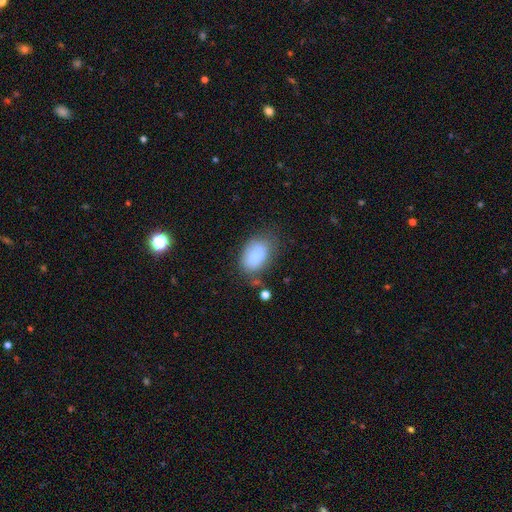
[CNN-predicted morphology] Smooth or featured: smooth — 85% (featured or disk — 8%)
How rounded: in between — 88% (round — 11%)
Merging: none — 58% (minor disturbance — 27%)